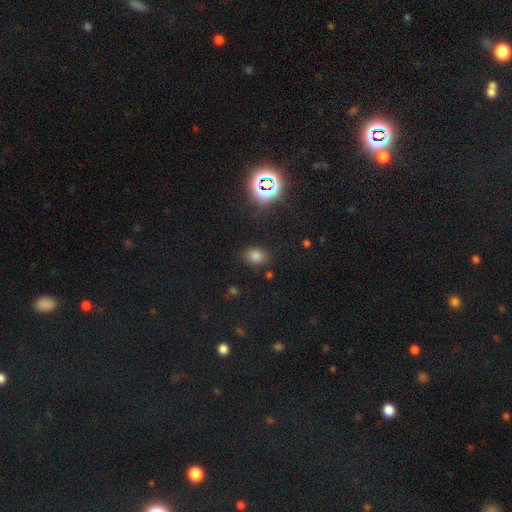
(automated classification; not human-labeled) This appears to be a smooth galaxy with no disk features (74%) that is in between round and cigar-shaped (73%). Merging: none (81%).